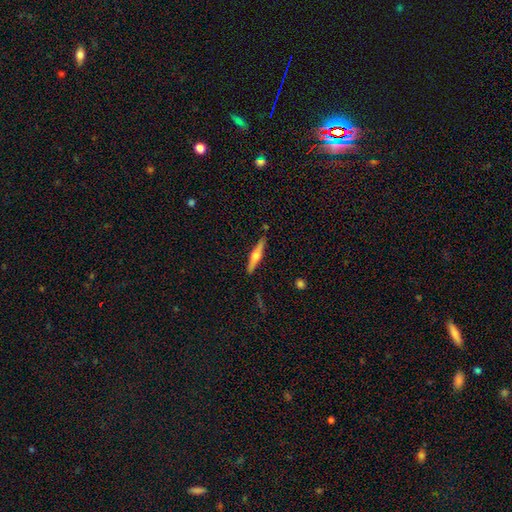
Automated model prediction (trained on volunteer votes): This appears to be a featured or disk galaxy (63%) viewed edge-on (97%) with a rounded central bulge (93%). Merging: none (88%).